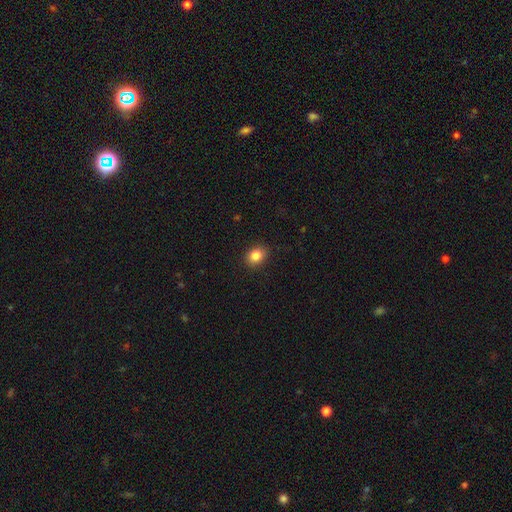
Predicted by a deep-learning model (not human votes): Morphology: type=smooth (85%); roundness=in between (56%); merging=none (88%).